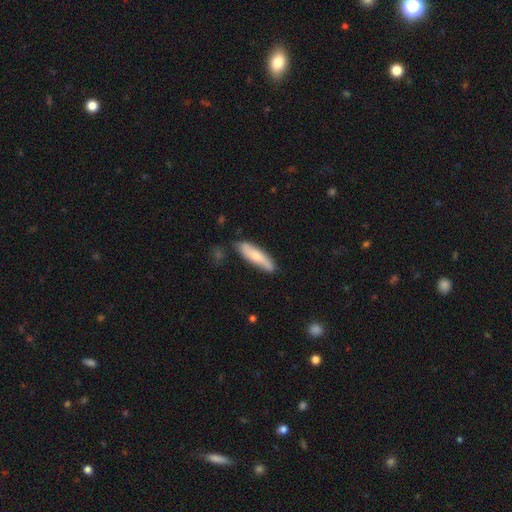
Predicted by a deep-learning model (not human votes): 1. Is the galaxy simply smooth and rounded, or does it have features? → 69% smooth, 26% featured or disk, 5% star or artifact.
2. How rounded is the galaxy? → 71% cigar-shaped, 28% in between, 2% round.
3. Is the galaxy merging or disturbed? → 75% none, 19% minor disturbance, 3% major disturbance, 3% merger.